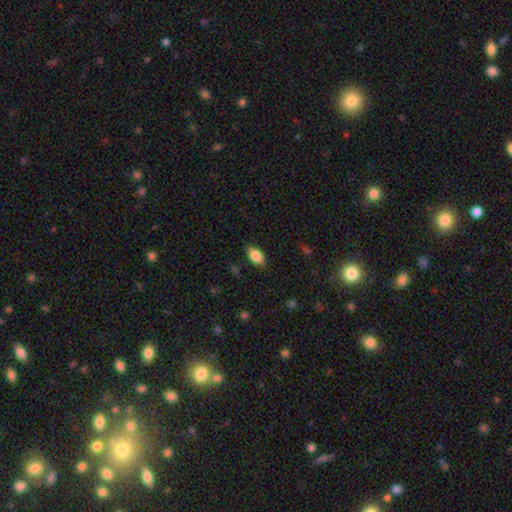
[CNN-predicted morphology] This appears to be a smooth galaxy with no disk features (85%) that is in between round and cigar-shaped (92%). Merging: none (84%).